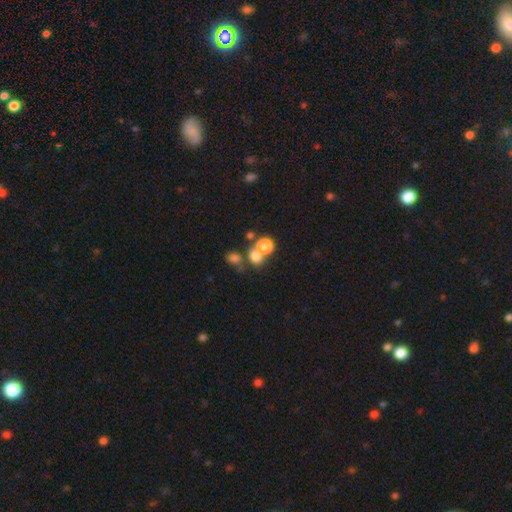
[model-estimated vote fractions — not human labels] The model was most divided on "merging": merger: 47%, none: 40%, minor disturbance: 8%, major disturbance: 5%. More confident: smooth or featured — smooth (73%); how rounded — round (66%).